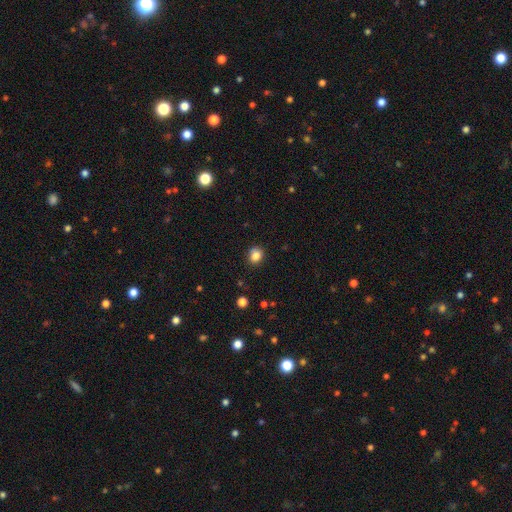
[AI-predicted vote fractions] Q: Smooth or featured?
A: smooth (83%); runner-up: star or artifact (11%)
Q: How rounded?
A: round (71%); runner-up: in between (28%)
Q: Merging?
A: none (84%); runner-up: minor disturbance (11%)